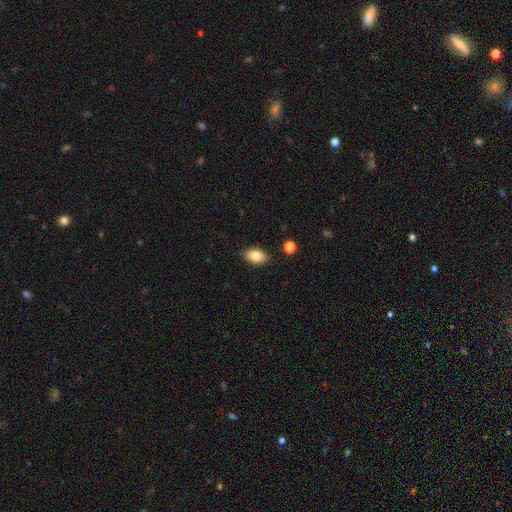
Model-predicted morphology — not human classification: The model was most divided on "smooth or featured": smooth: 83%, featured or disk: 10%, star or artifact: 8%. More confident: how rounded — in between (91%); merging — none (87%).